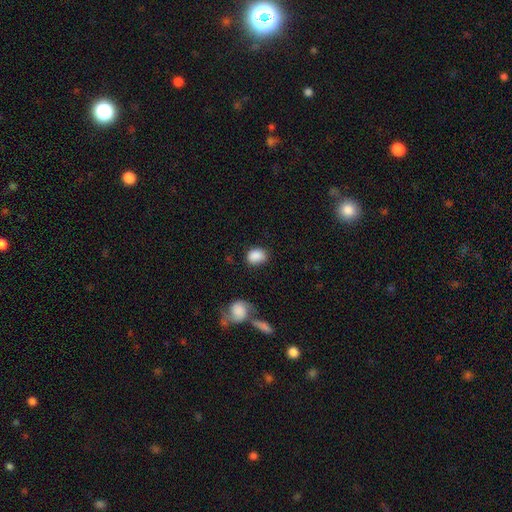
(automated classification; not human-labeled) Q: Smooth or featured?
A: smooth (88%); runner-up: star or artifact (7%)
Q: How rounded?
A: in between (65%); runner-up: round (34%)
Q: Merging?
A: none (75%); runner-up: minor disturbance (16%)